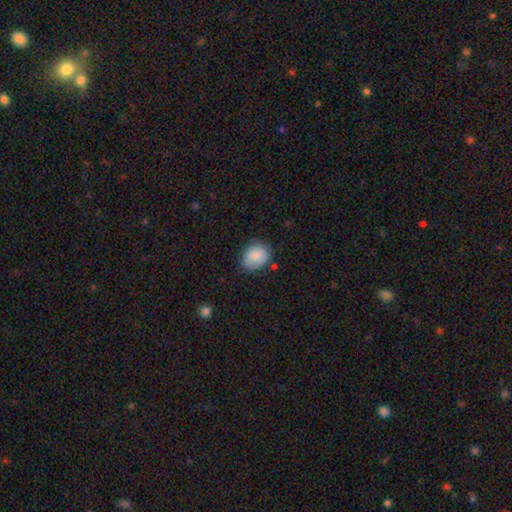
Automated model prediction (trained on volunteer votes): Smooth or featured? smooth (81%)
How rounded? round (53%)
Merging? none (74%)